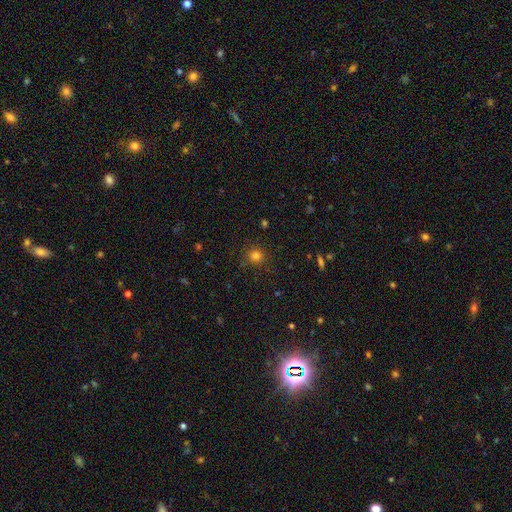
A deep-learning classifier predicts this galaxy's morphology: type=smooth (79%); roundness=round (92%); merging=none (88%).